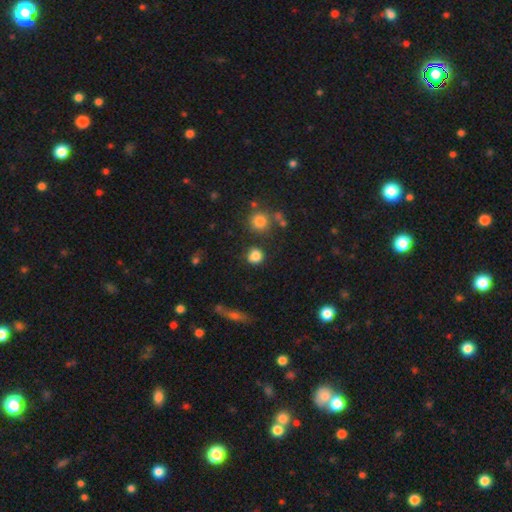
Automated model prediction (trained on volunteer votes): smooth_or_featured: smooth (p=0.82) [alt: star or artifact p=0.12]
how_rounded: round (p=0.83) [alt: in between p=0.15]
merging: none (p=0.77) [alt: minor disturbance p=0.12]